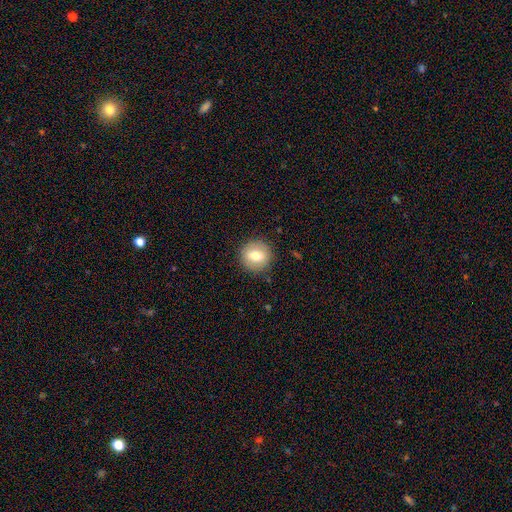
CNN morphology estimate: The model was most divided on "smooth or featured": smooth: 71%, featured or disk: 21%, star or artifact: 8%. More confident: how rounded — round (89%); merging — none (89%).